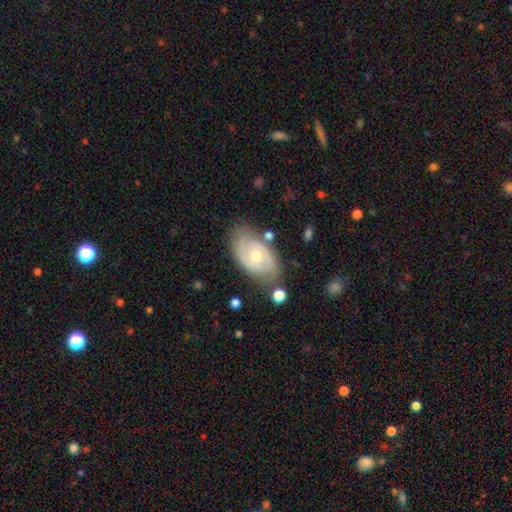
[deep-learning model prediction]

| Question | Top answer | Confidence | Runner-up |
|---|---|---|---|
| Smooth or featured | featured or disk | 79% | smooth (15%) |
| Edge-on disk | no | 96% | yes (4%) |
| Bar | no | 61% | weak (33%) |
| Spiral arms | yes | 92% | no (8%) |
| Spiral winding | tight | 50% | medium (40%) |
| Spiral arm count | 2 | 81% | can't tell (10%) |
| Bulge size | moderate | 56% | small (40%) |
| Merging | none | 76% | minor disturbance (16%) |